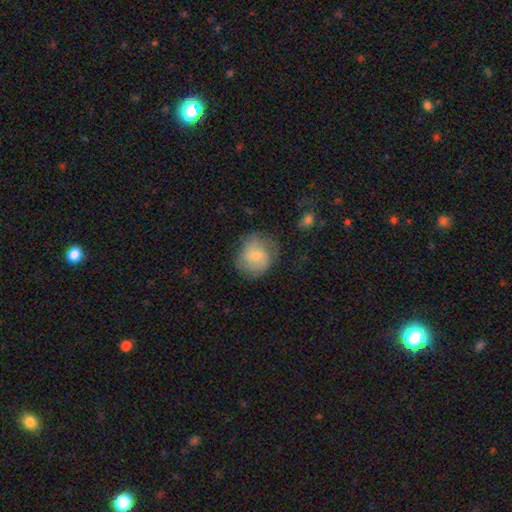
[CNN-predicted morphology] This appears to be a smooth galaxy with no disk features (65%) that is round (75%). Merging: none (60%).